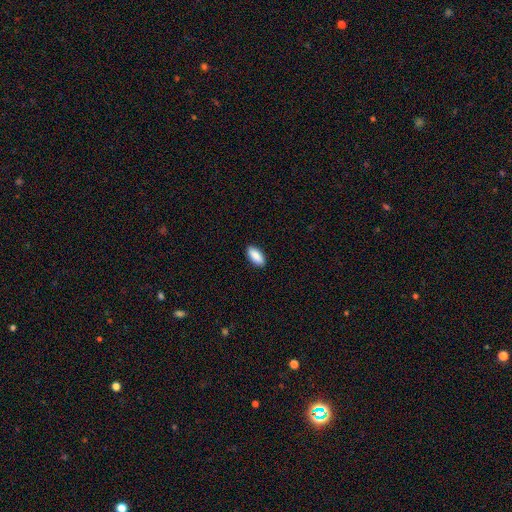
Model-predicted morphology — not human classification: Q: Smooth or featured?
A: smooth (89%); runner-up: star or artifact (6%)
Q: How rounded?
A: in between (86%); runner-up: cigar-shaped (12%)
Q: Merging?
A: none (90%); runner-up: minor disturbance (7%)